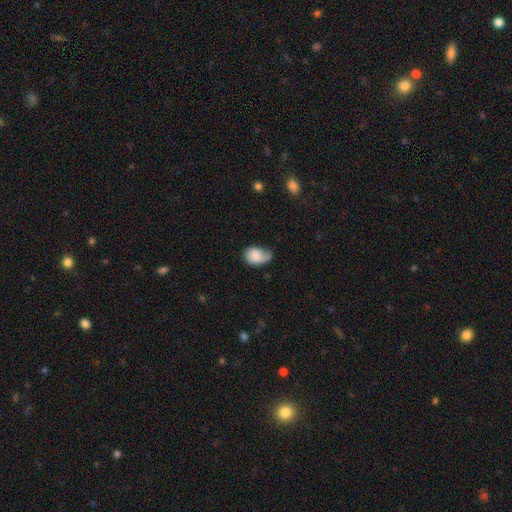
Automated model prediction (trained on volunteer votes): This appears to be a smooth galaxy with no disk features (72%) that is in between round and cigar-shaped (74%). Merging: minor disturbance (38%).